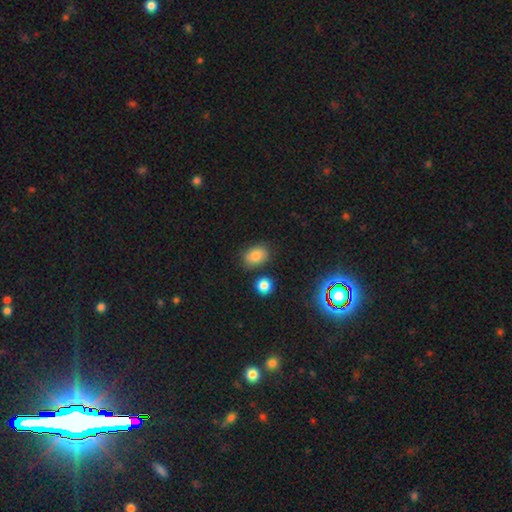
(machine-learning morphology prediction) smooth 81%, star or artifact 12%, featured or disk 7%. Down the decision tree: how rounded — in between (73%); merging — none (78%).